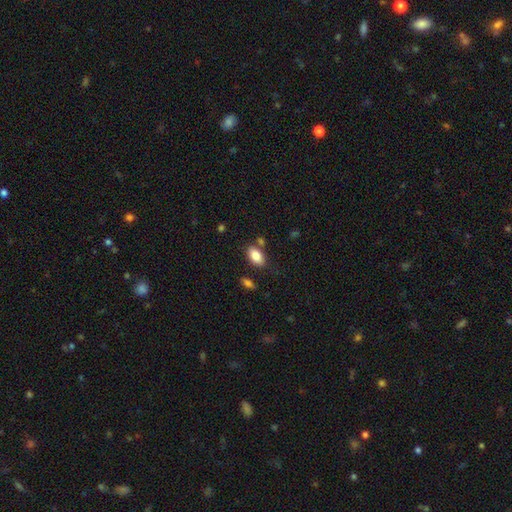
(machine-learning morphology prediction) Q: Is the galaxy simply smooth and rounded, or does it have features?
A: smooth — 84%.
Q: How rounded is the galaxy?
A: in between — 92%.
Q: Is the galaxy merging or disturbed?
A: none — 74%.